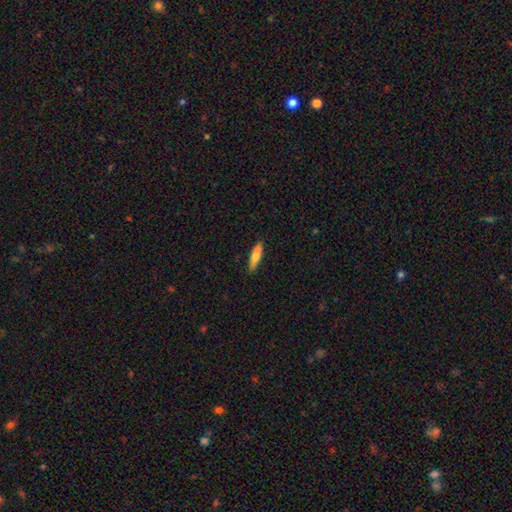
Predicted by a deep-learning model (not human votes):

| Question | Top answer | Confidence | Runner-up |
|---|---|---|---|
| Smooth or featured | smooth | 68% | featured or disk (27%) |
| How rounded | cigar-shaped | 71% | in between (27%) |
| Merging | none | 88% | minor disturbance (9%) |